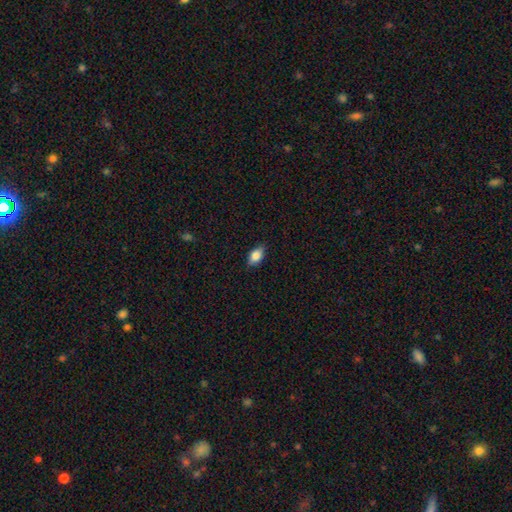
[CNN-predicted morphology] Smooth or featured? smooth (79%)
How rounded? in between (86%)
Merging? none (83%)